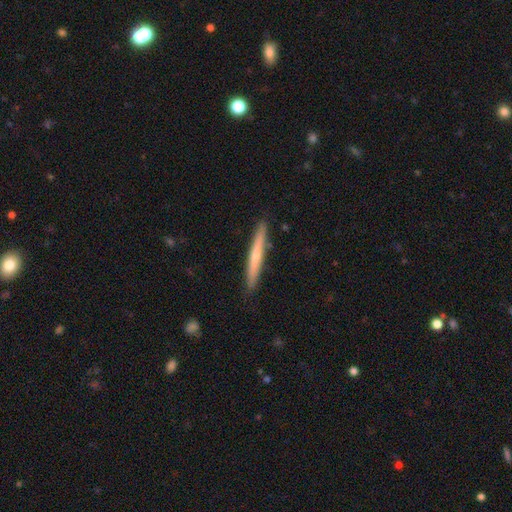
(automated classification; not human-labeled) smooth-or-featured: smooth: 48% | featured or disk: 47% | star or artifact: 6%
  merging: none: 90% | minor disturbance: 7% | major disturbance: 1% | merger: 1%